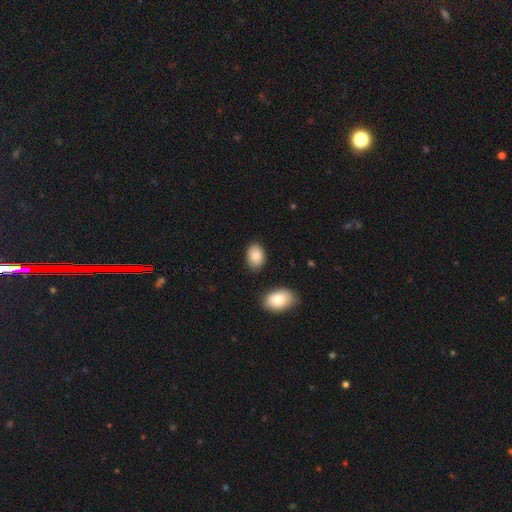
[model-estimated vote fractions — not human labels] This is clearly a smooth galaxy (88%). How rounded: clearly in between (84%). Merging: clearly none (83%).